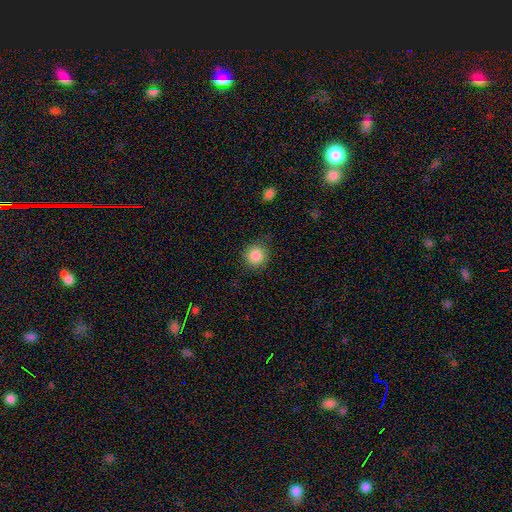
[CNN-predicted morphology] Q: Smooth or featured?
A: smooth (86%); runner-up: star or artifact (9%)
Q: How rounded?
A: round (92%); runner-up: in between (7%)
Q: Merging?
A: none (86%); runner-up: minor disturbance (10%)